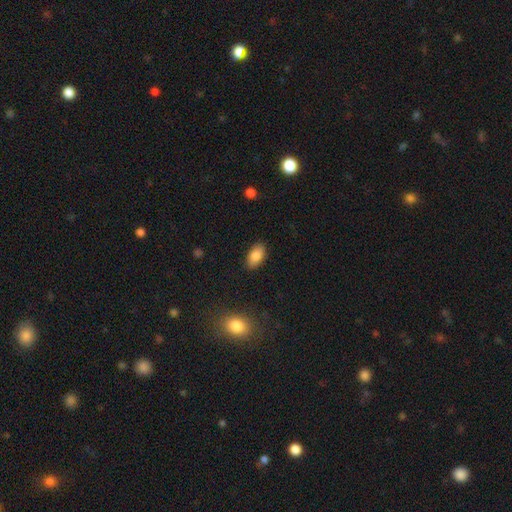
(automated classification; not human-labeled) smooth 86%, star or artifact 8%, featured or disk 7%. Down the decision tree: how rounded — in between (93%); merging — none (87%).